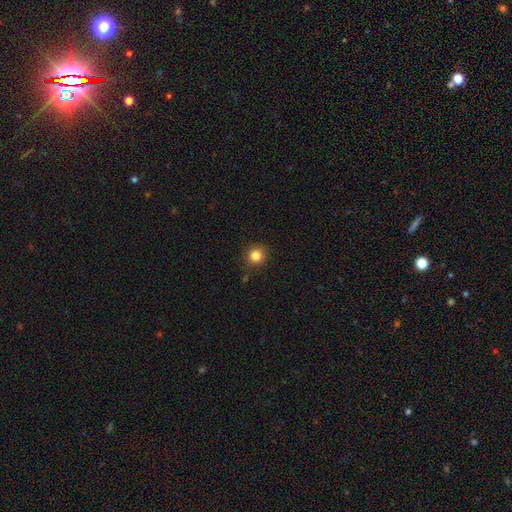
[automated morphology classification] Smooth or featured: smooth — 84% (star or artifact — 12%)
How rounded: round — 92% (in between — 7%)
Merging: none — 88% (minor disturbance — 9%)